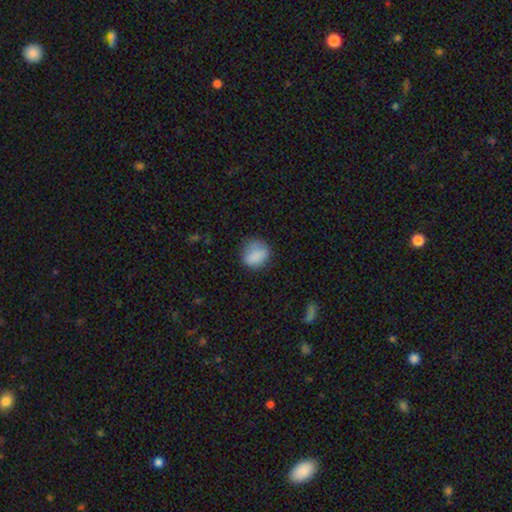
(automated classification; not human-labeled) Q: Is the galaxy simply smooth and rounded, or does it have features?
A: smooth — 83%.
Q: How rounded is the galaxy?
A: round — 68%.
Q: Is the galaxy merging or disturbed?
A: none — 66%.